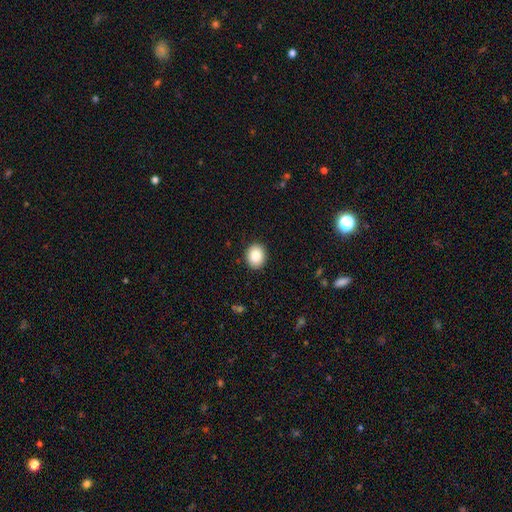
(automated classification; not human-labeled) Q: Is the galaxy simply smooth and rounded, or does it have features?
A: smooth — 85%.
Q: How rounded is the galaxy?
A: round — 66%.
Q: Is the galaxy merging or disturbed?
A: none — 91%.